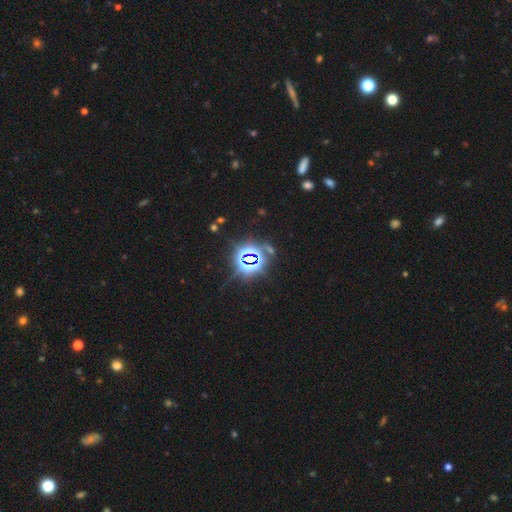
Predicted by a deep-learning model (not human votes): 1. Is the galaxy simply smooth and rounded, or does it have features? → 79% star or artifact, 13% smooth, 8% featured or disk.